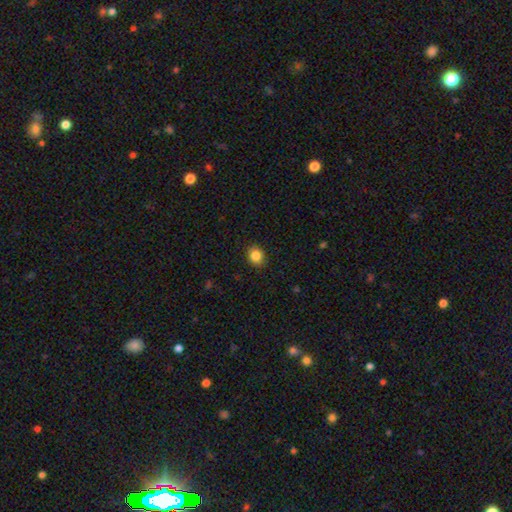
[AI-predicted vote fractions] Smooth or featured: smooth — 85% (star or artifact — 10%)
How rounded: round — 67% (in between — 32%)
Merging: none — 90% (minor disturbance — 7%)